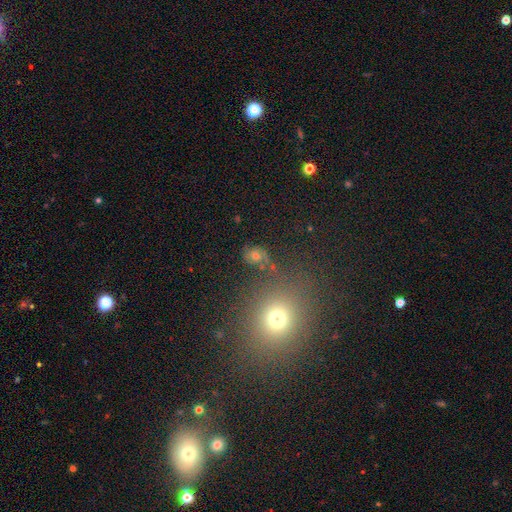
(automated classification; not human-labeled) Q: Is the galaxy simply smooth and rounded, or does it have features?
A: smooth — 58%.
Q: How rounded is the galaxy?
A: round — 65%.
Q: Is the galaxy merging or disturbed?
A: none — 66%.